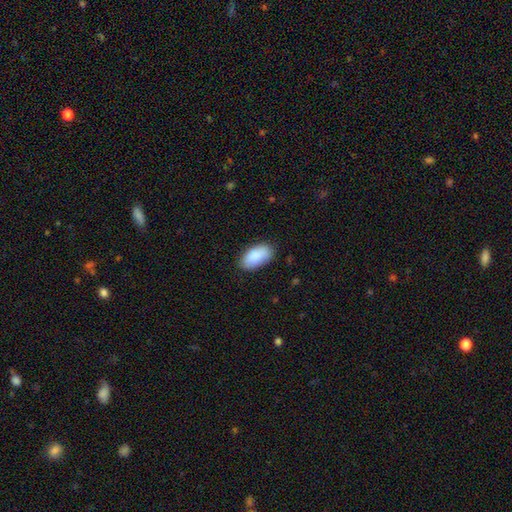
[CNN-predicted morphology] Smooth or featured? Predicted: smooth (p=0.89). How rounded? Predicted: in between (p=0.95). Merging? Predicted: none (p=0.83).